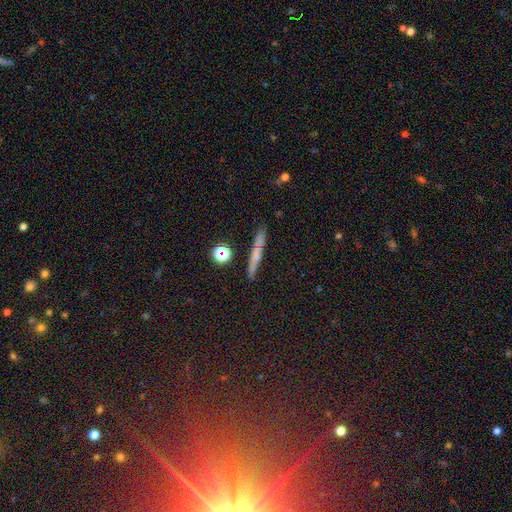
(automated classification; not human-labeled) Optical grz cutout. It shows a smooth galaxy with no disk features (44%). Merging: none (84%).